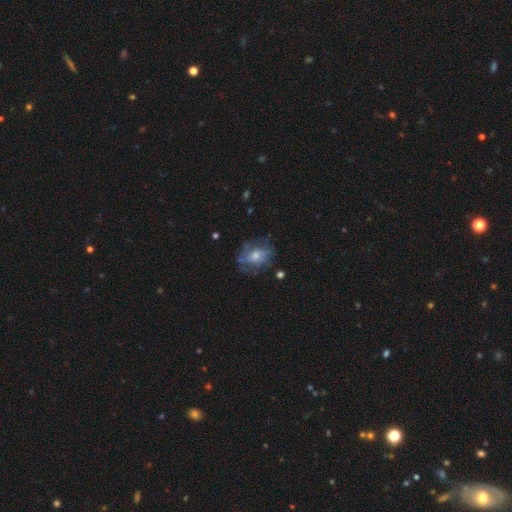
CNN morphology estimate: Smooth or featured? Predicted: featured or disk (p=0.51). Edge-on disk? Predicted: no (p=0.95). Merging? Predicted: none (p=0.56).